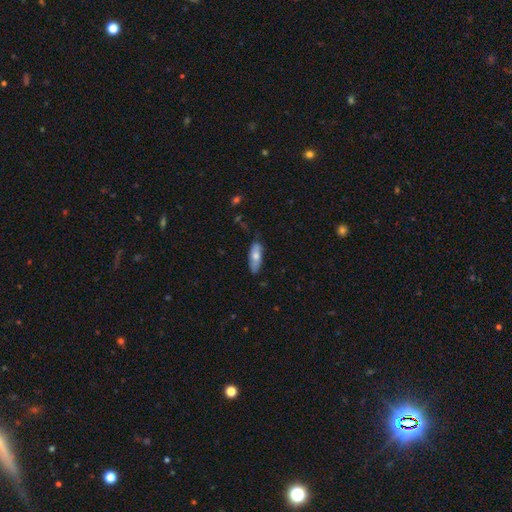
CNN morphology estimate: type=smooth (68%); roundness=in between (65%); merging=none (77%).